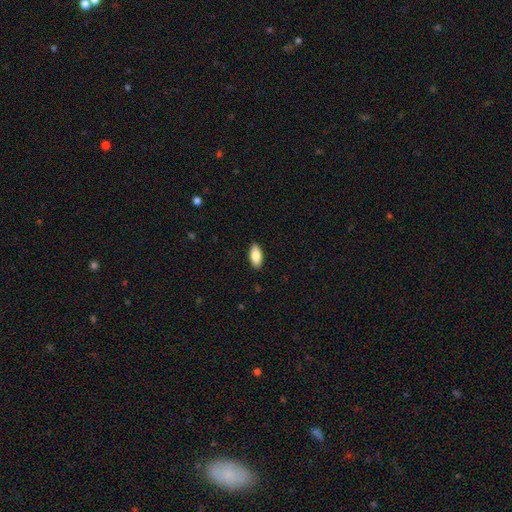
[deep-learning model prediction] smooth 84%, featured or disk 10%, star or artifact 6%. Down the decision tree: how rounded — in between (88%); merging — none (90%).